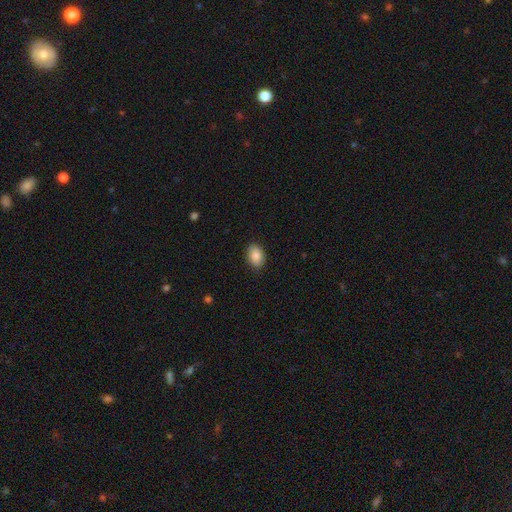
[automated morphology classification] A smooth galaxy with no disk features (88%) that is in between round and cigar-shaped (83%).

Vote fractions:
- Smooth or featured? smooth: 88% / star or artifact: 7% / featured or disk: 5%
- How rounded? in between: 83% / round: 16% / cigar-shaped: 1%
- Merging? none: 87% / minor disturbance: 10% / major disturbance: 2% / merger: 1%